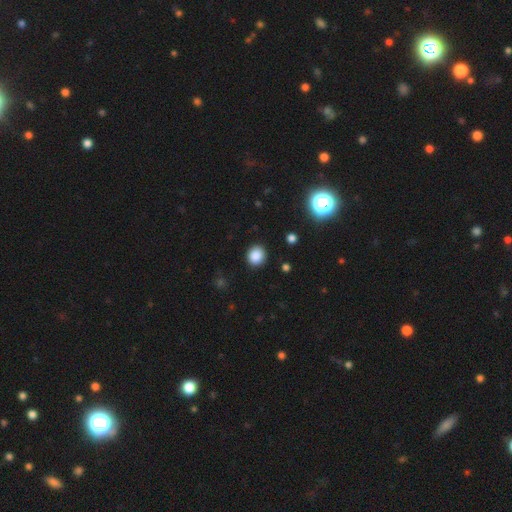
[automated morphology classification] smooth-or-featured: smooth: 86% | star or artifact: 11% | featured or disk: 4%
  how-rounded: round: 80% | in between: 19% | cigar-shaped: 1%
  merging: none: 90% | minor disturbance: 7% | major disturbance: 2% | merger: 1%